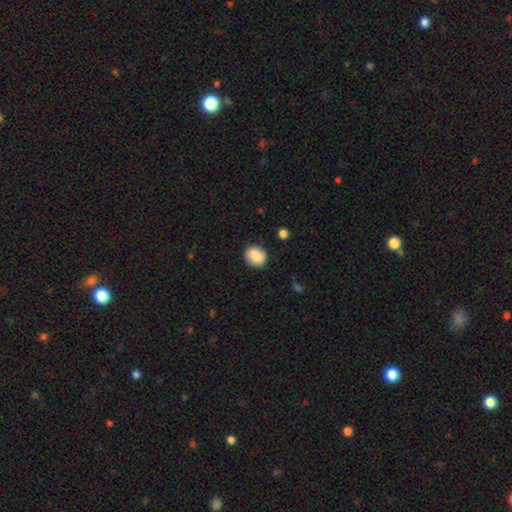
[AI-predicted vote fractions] smooth 83%, featured or disk 10%, star or artifact 8%. Down the decision tree: how rounded — round (64%); merging — none (83%).